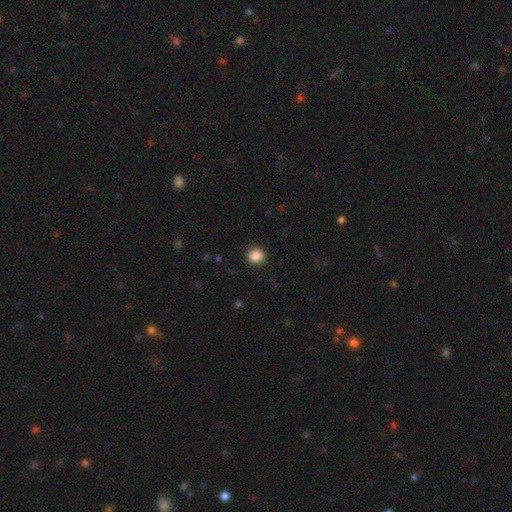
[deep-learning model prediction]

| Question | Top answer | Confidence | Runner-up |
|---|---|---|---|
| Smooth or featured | smooth | 87% | star or artifact (10%) |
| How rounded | round | 88% | in between (11%) |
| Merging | none | 91% | minor disturbance (6%) |